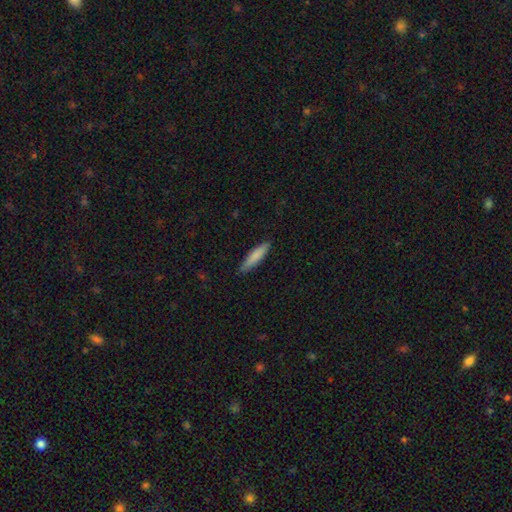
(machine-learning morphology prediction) Q: Smooth or featured?
A: smooth (80%); runner-up: featured or disk (15%)
Q: How rounded?
A: cigar-shaped (83%); runner-up: in between (16%)
Q: Merging?
A: none (87%); runner-up: minor disturbance (10%)